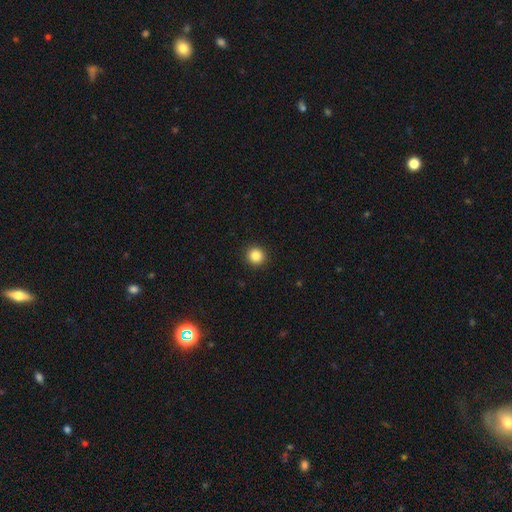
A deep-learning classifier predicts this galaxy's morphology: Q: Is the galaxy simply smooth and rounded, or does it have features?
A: smooth — 85%.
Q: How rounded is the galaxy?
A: round — 94%.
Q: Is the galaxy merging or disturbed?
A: none — 93%.